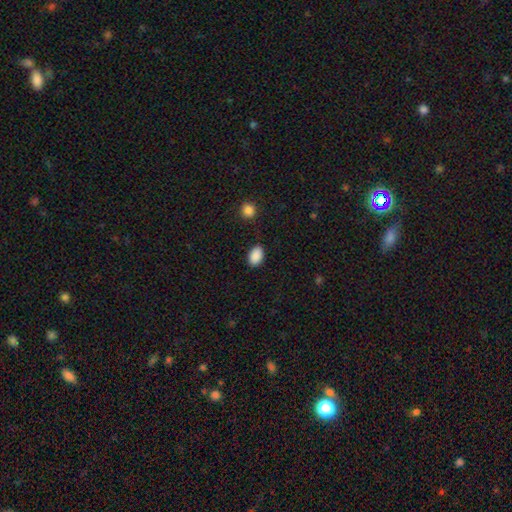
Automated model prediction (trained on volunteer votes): Q: Smooth or featured?
A: smooth (90%); runner-up: star or artifact (8%)
Q: How rounded?
A: in between (84%); runner-up: round (15%)
Q: Merging?
A: none (85%); runner-up: minor disturbance (11%)